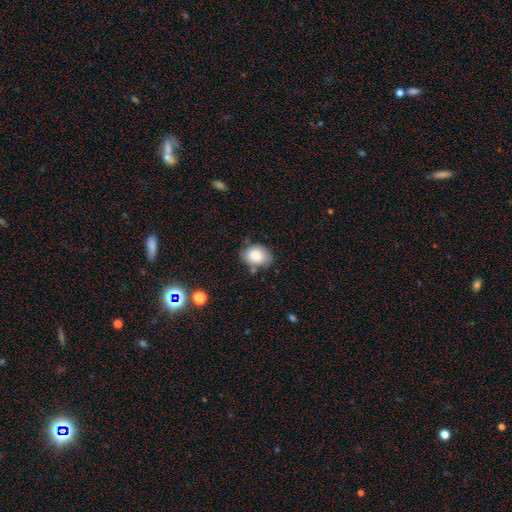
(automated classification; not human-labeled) Smooth or featured? Predicted: smooth (p=0.82). How rounded? Predicted: in between (p=0.66). Merging? Predicted: none (p=0.64).